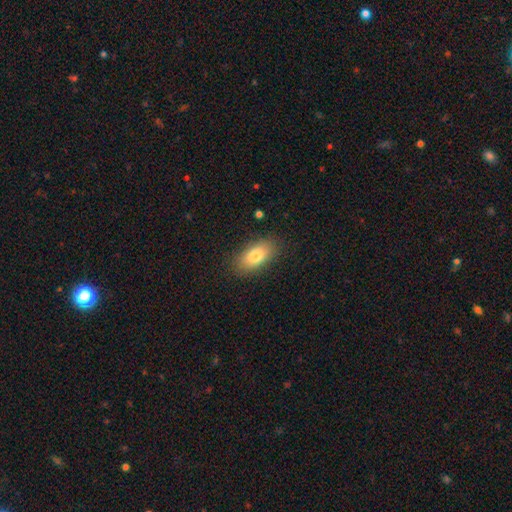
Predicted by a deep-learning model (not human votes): Overall: smooth (79%). How rounded: in between (88%). Merging: none (85%).